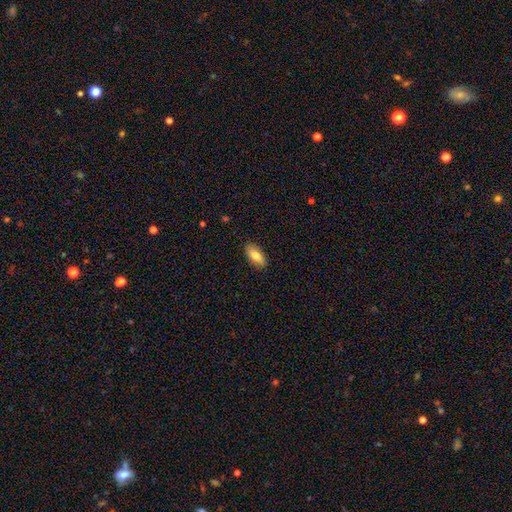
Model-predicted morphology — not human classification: A smooth galaxy with no disk features (77%) that is in between round and cigar-shaped (84%). Merging: none (87%).